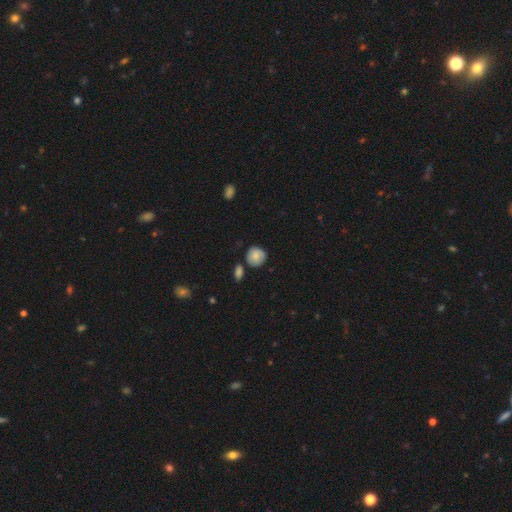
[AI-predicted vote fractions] Morphology: type=smooth (81%); roundness=round (87%); merging=none (72%).